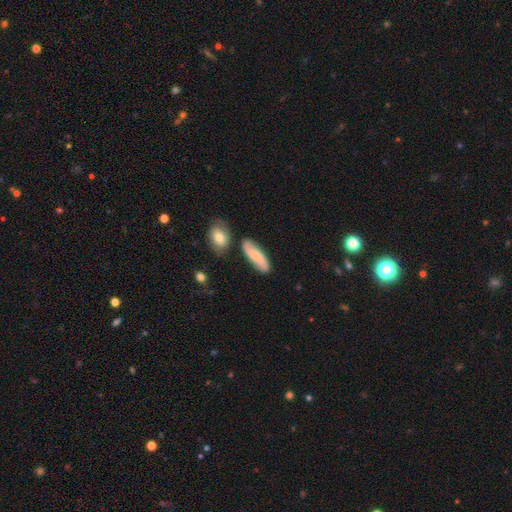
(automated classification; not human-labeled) Overall: smooth (66%; featured or disk 28%). How rounded: in between (56%; cigar-shaped 42%). Merging: none (74%).